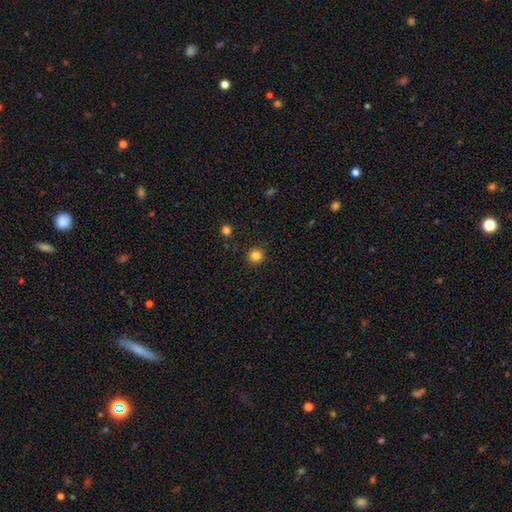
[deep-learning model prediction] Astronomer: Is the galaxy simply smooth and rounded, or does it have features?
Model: smooth — 84%.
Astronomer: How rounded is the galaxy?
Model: round — 93%.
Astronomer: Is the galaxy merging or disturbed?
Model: none — 91%.